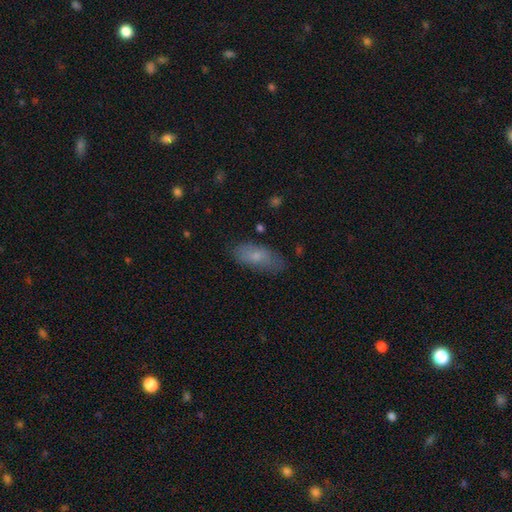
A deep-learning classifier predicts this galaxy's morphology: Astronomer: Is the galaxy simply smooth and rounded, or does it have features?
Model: smooth — 72%.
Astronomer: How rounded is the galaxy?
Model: in between — 81%.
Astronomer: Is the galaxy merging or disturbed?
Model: none — 76%.